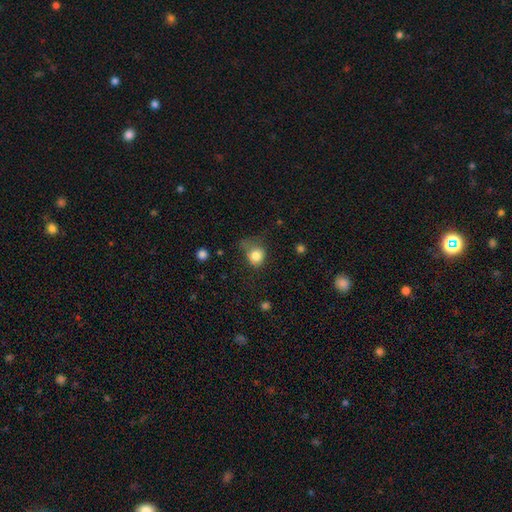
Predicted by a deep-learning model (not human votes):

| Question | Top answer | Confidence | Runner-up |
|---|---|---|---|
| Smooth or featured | smooth | 81% | star or artifact (11%) |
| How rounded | round | 66% | in between (33%) |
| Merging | none | 40% | minor disturbance (32%) |